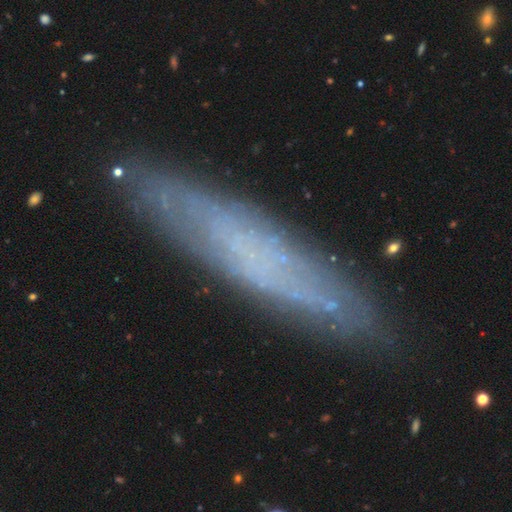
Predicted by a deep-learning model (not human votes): smooth_or_featured: featured or disk (p=0.53) [alt: smooth p=0.37]
disk_edge_on: yes (p=0.61) [alt: no p=0.39]
merging: none (p=0.84) [alt: minor disturbance p=0.12]